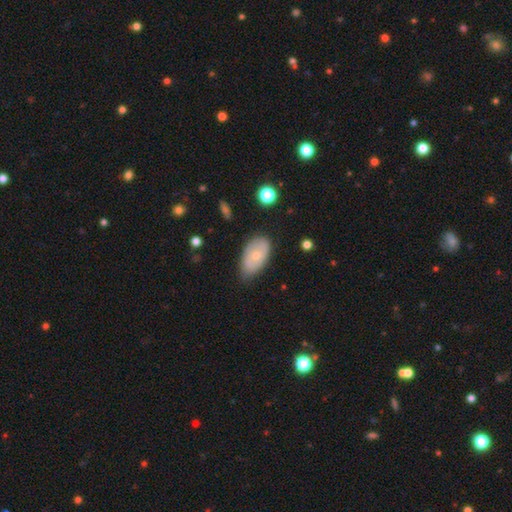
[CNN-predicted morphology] The model was most divided on "smooth or featured": smooth: 53%, featured or disk: 40%, star or artifact: 7%. More confident: how rounded — in between (91%); merging — none (66%).